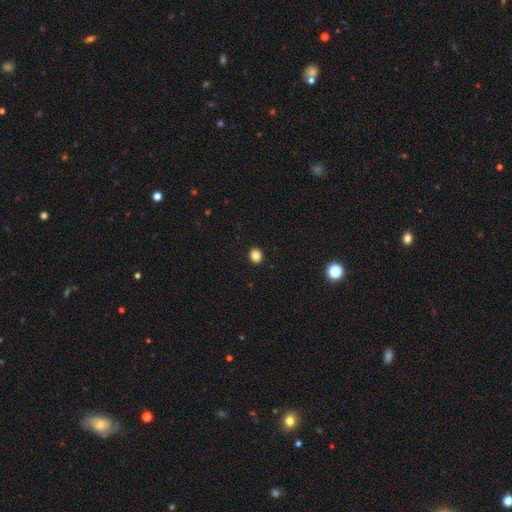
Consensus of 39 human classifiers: This is clearly a smooth galaxy (92%). How rounded: likely round (69%). Merging: clearly none (97%).